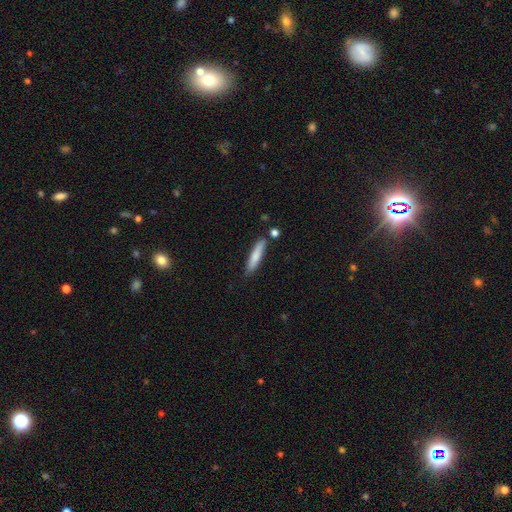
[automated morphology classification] Q: Smooth or featured?
A: smooth (76%); runner-up: featured or disk (18%)
Q: How rounded?
A: cigar-shaped (87%); runner-up: in between (12%)
Q: Merging?
A: none (78%); runner-up: minor disturbance (14%)